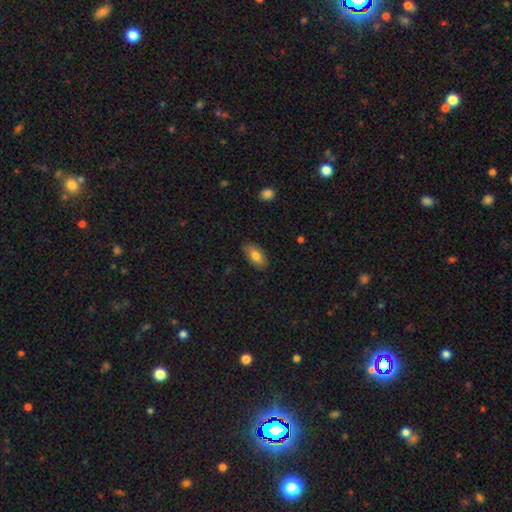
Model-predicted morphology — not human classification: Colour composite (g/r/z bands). It shows a smooth galaxy with no disk features (78%) that is in between round and cigar-shaped (90%). Merging: none (84%).